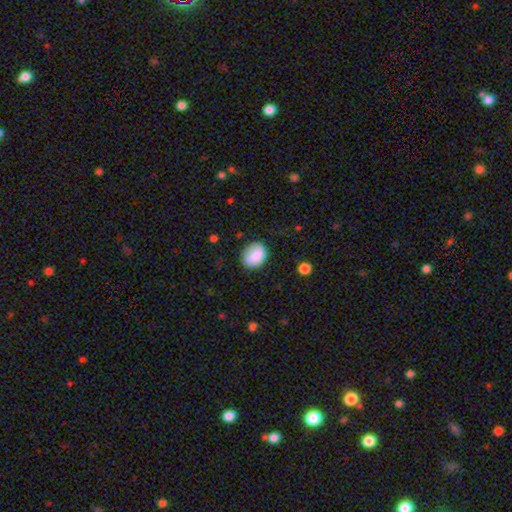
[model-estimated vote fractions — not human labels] Morphology: type=smooth (83%); roundness=round (51%); merging=none (74%).